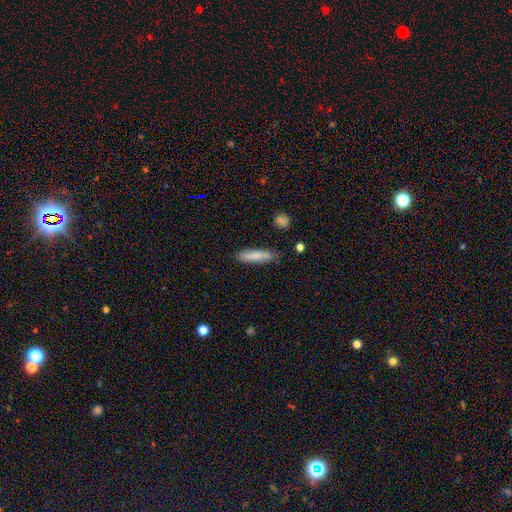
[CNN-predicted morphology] A smooth galaxy with no disk features (83%) that is cigar-shaped (72%).

Vote fractions:
- Smooth or featured? smooth: 83% / featured or disk: 11% / star or artifact: 6%
- How rounded? cigar-shaped: 72% / in between: 26% / round: 2%
- Merging? none: 81% / minor disturbance: 15% / major disturbance: 3% / merger: 2%